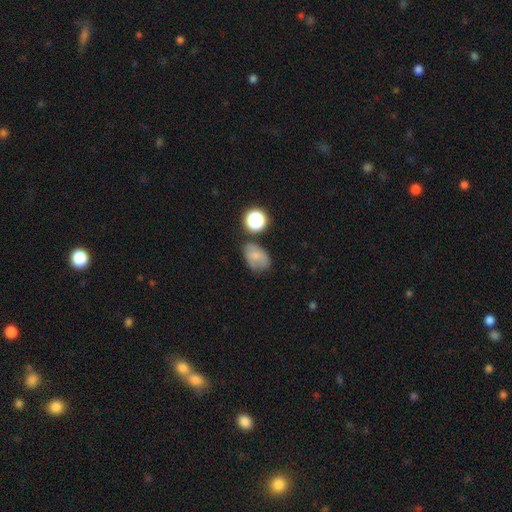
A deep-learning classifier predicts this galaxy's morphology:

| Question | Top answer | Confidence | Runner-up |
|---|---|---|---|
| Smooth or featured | smooth | 69% | featured or disk (17%) |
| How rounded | in between | 77% | round (21%) |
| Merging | none | 54% | minor disturbance (28%) |